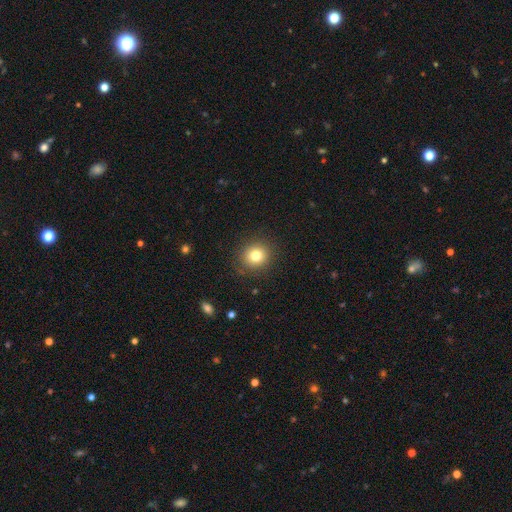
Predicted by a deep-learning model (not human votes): smooth_or_featured: smooth (p=0.79) [alt: star or artifact p=0.12]
how_rounded: round (p=0.86) [alt: in between p=0.13]
merging: none (p=0.88) [alt: minor disturbance p=0.08]